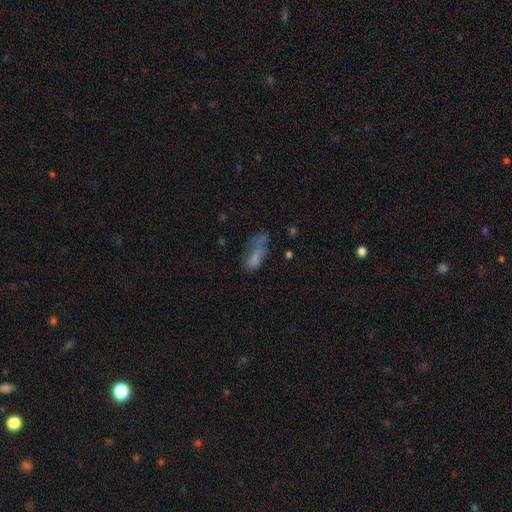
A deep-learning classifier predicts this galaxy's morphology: A smooth galaxy with no disk features (60%) that is in between round and cigar-shaped (68%). Merging: major disturbance (34%).